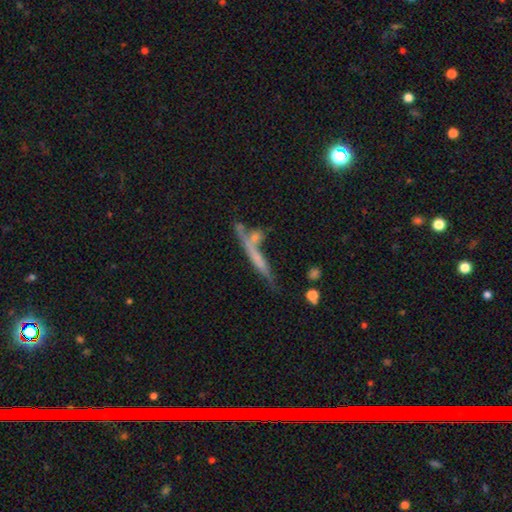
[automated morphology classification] Smooth or featured? featured or disk (47%)
Merging? none (54%)